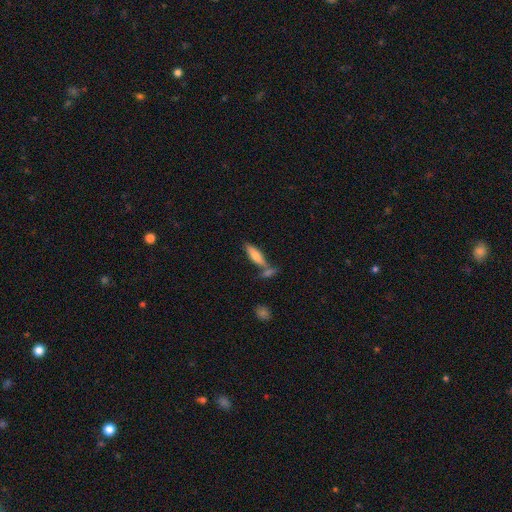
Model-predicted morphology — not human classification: Smooth or featured? Predicted: smooth (p=0.72). How rounded? Predicted: cigar-shaped (p=0.60). Merging? Predicted: none (p=0.52).